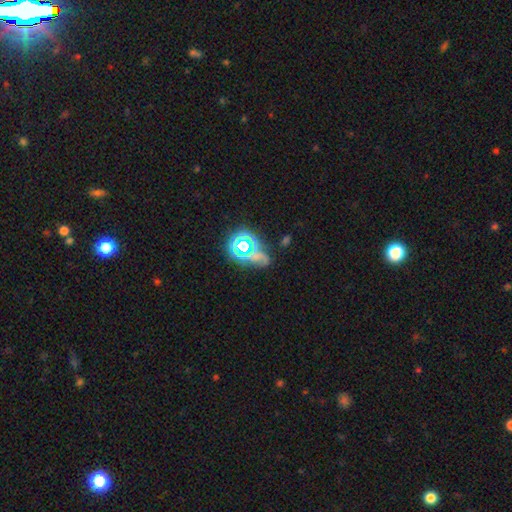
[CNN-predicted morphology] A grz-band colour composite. It shows a star or artifact, not a galaxy (56%).